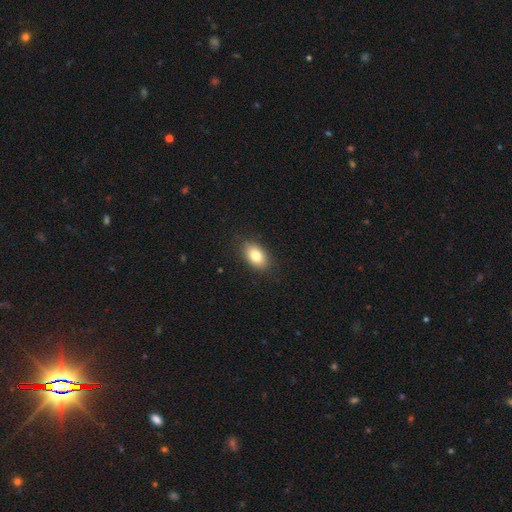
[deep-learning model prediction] Overall: smooth (81%). How rounded: in between (89%). Merging: none (87%).